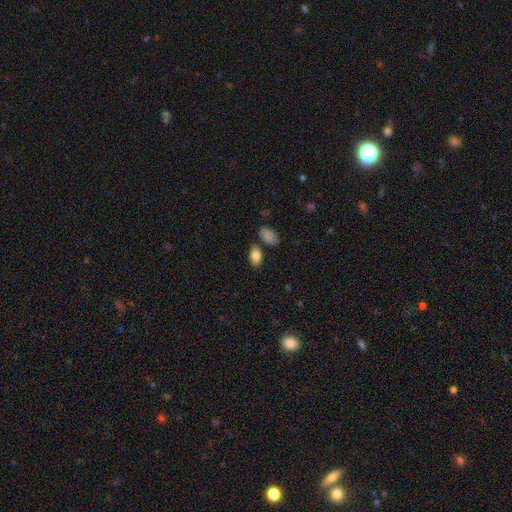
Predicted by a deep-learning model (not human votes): Morphology: type=smooth (84%); roundness=in between (91%); merging=none (77%).